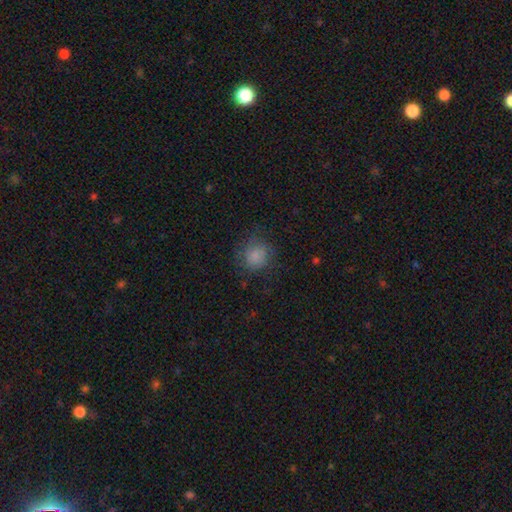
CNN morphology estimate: A smooth galaxy with no disk features (80%) that is round (87%). Merging: none (72%).